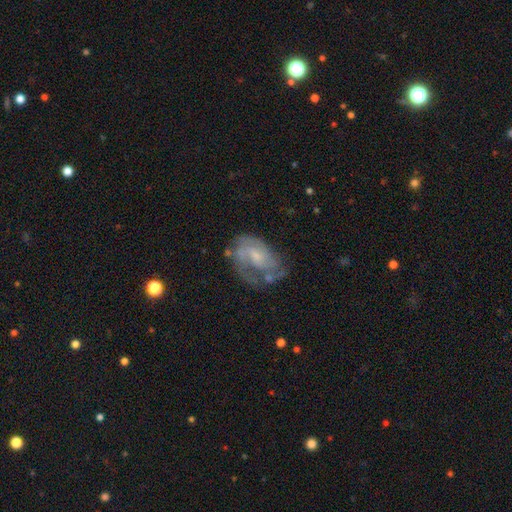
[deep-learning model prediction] Morphology: type=featured or disk (77%); edge-on=no (97%); bar=no (48%); spiral arms=yes (88%); winding=medium (42%, tied with tight); arm count=2 (41%); bulge=small (49%); merging=none (50%).